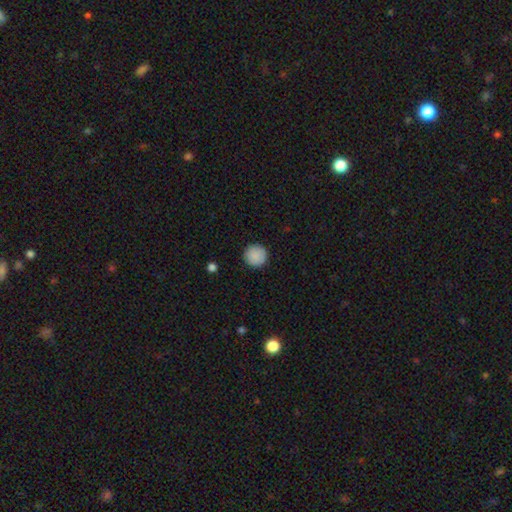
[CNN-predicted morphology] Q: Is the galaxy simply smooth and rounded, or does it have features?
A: smooth — 89%.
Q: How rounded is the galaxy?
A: round — 96%.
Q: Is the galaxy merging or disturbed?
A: none — 92%.